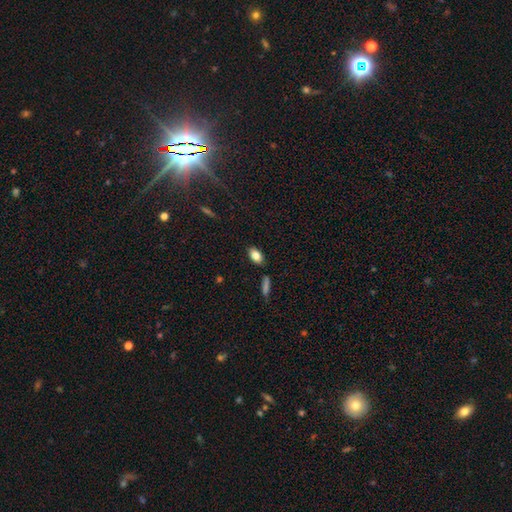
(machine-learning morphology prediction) Overall: smooth (82%). How rounded: in between (90%). Merging: none (85%).